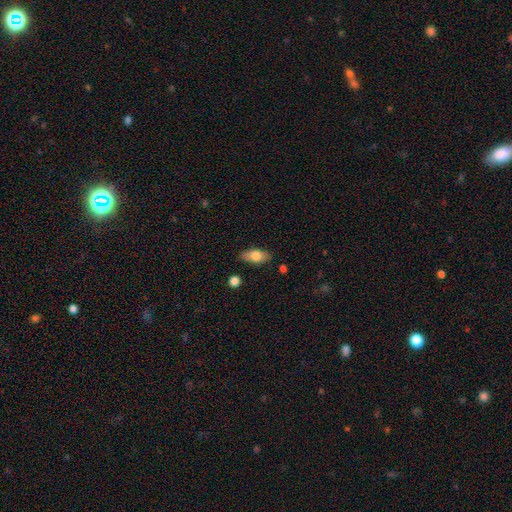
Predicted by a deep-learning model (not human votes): A smooth galaxy with no disk features (74%) that is in between round and cigar-shaped (85%).

Vote fractions:
- Smooth or featured? smooth: 74% / featured or disk: 19% / star or artifact: 7%
- How rounded? in between: 85% / cigar-shaped: 12% / round: 4%
- Merging? none: 84% / minor disturbance: 12% / major disturbance: 2% / merger: 2%